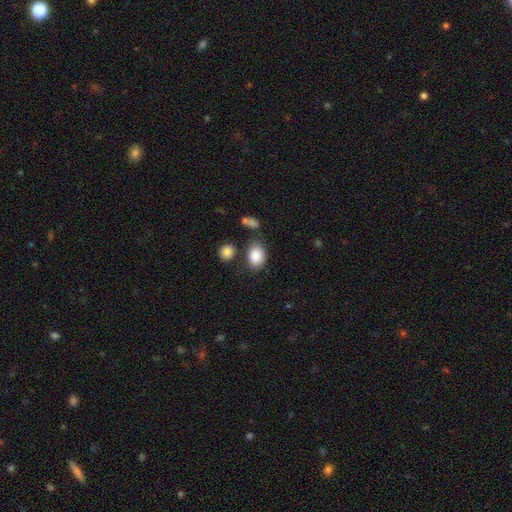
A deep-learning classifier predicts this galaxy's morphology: This appears to be a smooth galaxy with no disk features (87%) that is in between round and cigar-shaped (76%). Merging: none (68%).